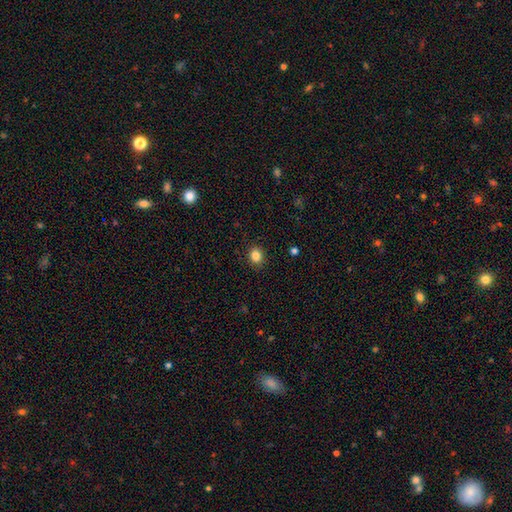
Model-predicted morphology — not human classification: This appears to be a smooth galaxy with no disk features (85%) that is round (69%). Merging: none (90%).